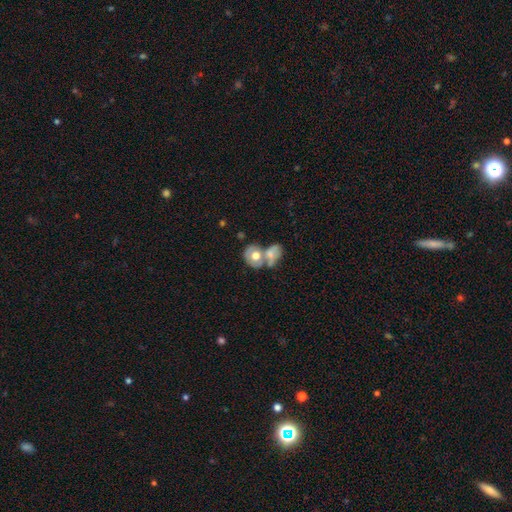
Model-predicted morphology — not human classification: A smooth galaxy with no disk features (55%) that is in between round and cigar-shaped (53%).

Vote fractions:
- Smooth or featured? smooth: 55% / featured or disk: 39% / star or artifact: 7%
- How rounded? in between: 53% / round: 46% / cigar-shaped: 2%
- Merging? merger: 63% / none: 21% / minor disturbance: 9% / major disturbance: 7%